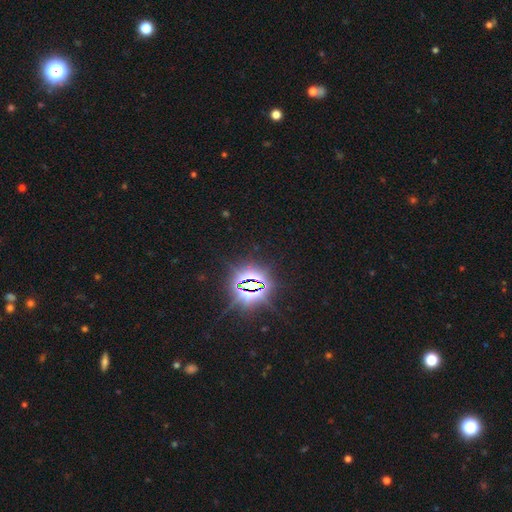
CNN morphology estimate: Smooth or featured: star or artifact — 84% (smooth — 10%)